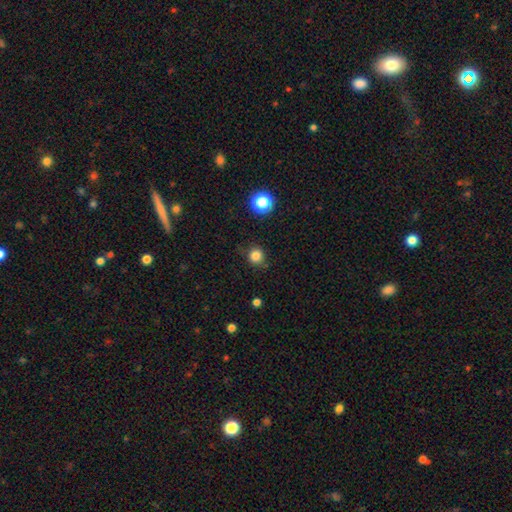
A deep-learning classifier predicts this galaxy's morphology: Smooth or featured?
  - smooth: 83% *
  - star or artifact: 14%
  - featured or disk: 4%
How rounded?
  - round: 91% *
  - in between: 8%
  - cigar-shaped: 1%
Merging?
  - none: 83% *
  - minor disturbance: 12%
  - major disturbance: 3%
  - merger: 2%